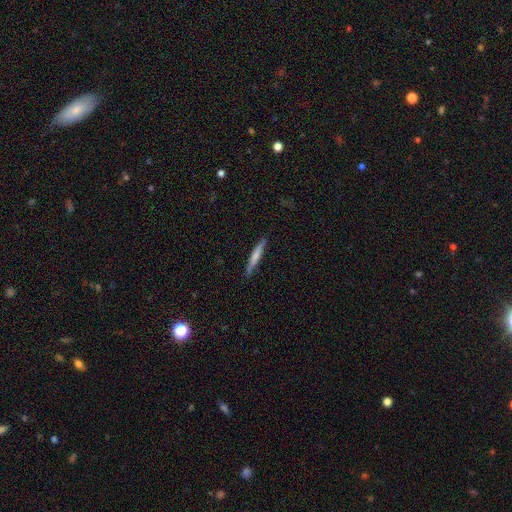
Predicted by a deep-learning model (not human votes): Smooth or featured: smooth — 60% (featured or disk — 34%)
How rounded: cigar-shaped — 94% (in between — 4%)
Merging: none — 83% (minor disturbance — 13%)